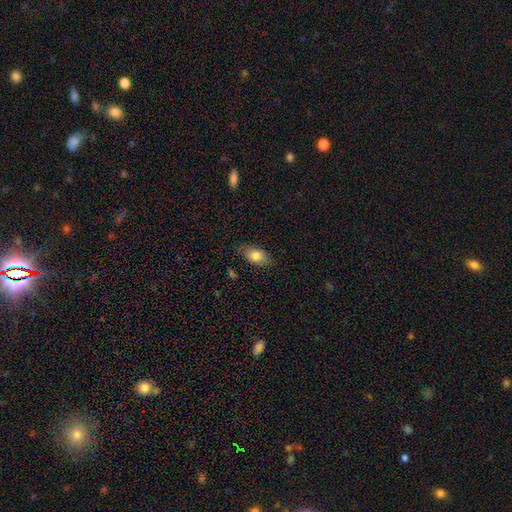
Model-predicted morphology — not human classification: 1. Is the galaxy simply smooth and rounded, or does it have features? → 81% smooth, 12% featured or disk, 8% star or artifact.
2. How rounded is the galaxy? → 88% in between, 9% round, 3% cigar-shaped.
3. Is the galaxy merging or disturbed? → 77% none, 18% minor disturbance, 4% major disturbance, 1% merger.